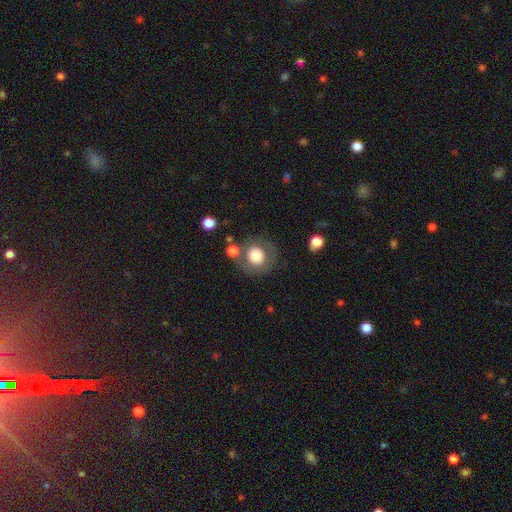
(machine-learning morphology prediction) This is likely a smooth galaxy (69%). How rounded: clearly round (87%). Merging: likely none (69%).